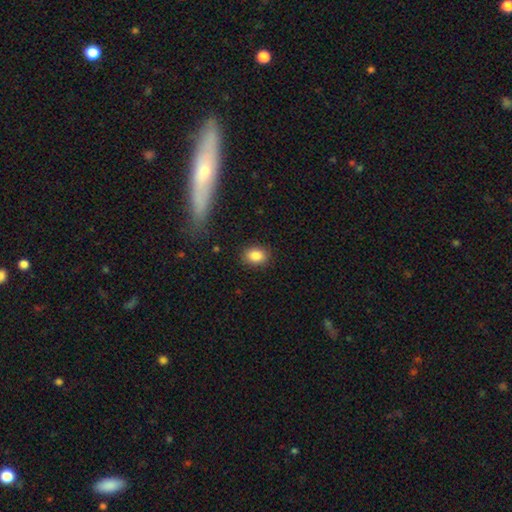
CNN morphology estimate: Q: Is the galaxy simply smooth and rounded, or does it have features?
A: smooth — 86%.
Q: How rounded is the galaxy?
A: in between — 64%.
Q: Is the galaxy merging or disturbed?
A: none — 87%.